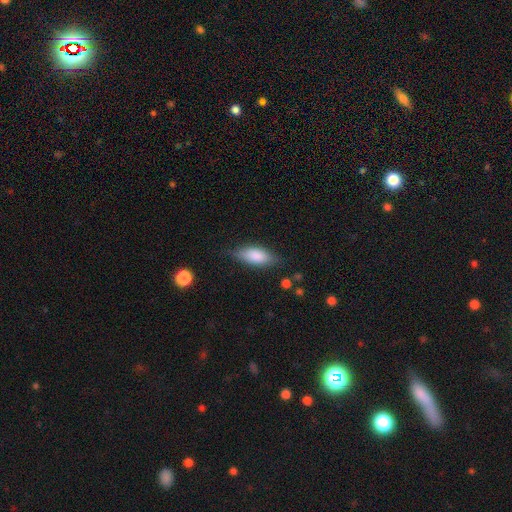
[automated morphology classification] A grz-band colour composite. It shows a smooth galaxy with no disk features (80%) that is in between round and cigar-shaped (78%). Merging: none (73%).